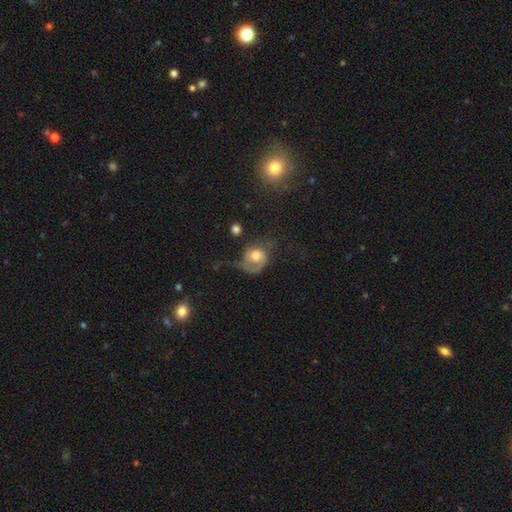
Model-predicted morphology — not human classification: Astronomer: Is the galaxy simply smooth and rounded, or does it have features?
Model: featured or disk — 46% (runner-up: smooth, 45%).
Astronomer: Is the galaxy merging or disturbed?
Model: major disturbance — 45% (runner-up: none, 28%).